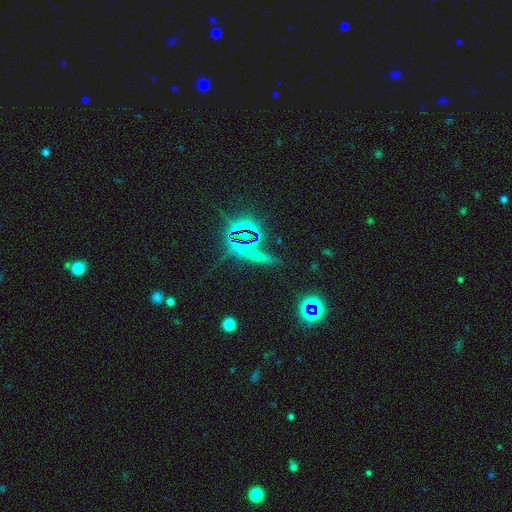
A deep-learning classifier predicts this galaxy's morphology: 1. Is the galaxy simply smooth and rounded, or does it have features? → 67% star or artifact, 19% smooth, 14% featured or disk.